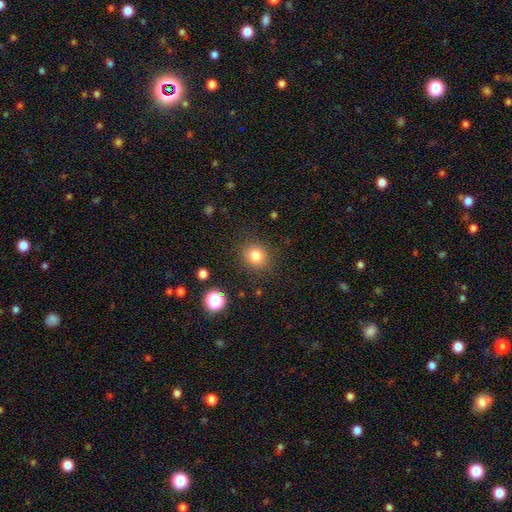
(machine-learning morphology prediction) Smooth or featured? Predicted: smooth (p=0.81). How rounded? Predicted: round (p=0.84). Merging? Predicted: none (p=0.87).